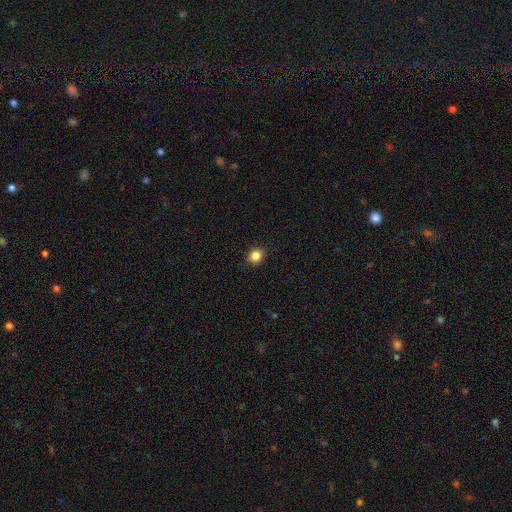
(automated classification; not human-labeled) A smooth galaxy with no disk features (85%) that is round (83%).

Vote fractions:
- Smooth or featured? smooth: 85% / star or artifact: 11% / featured or disk: 5%
- How rounded? round: 83% / in between: 16% / cigar-shaped: 1%
- Merging? none: 90% / minor disturbance: 7% / major disturbance: 2% / merger: 1%